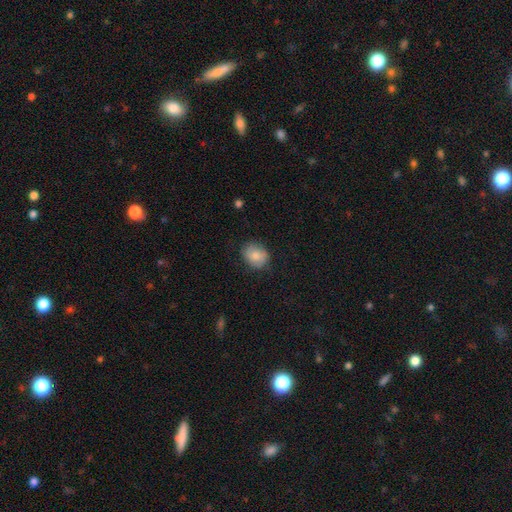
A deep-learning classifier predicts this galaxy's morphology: Overall: smooth (81%). How rounded: round (56%; in between 43%). Merging: none (78%).